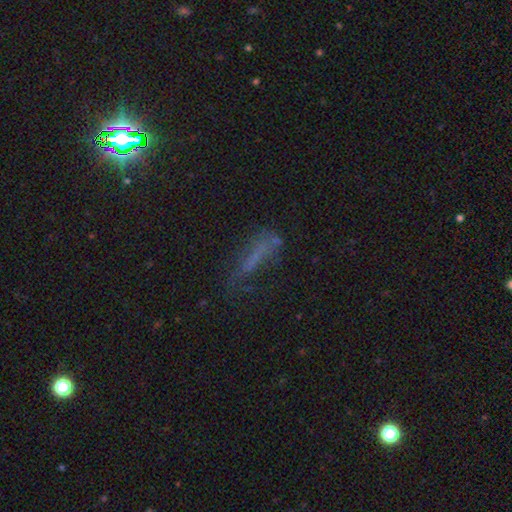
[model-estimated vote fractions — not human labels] Smooth or featured? Predicted: smooth (p=0.40). Merging? Predicted: none (p=0.44).